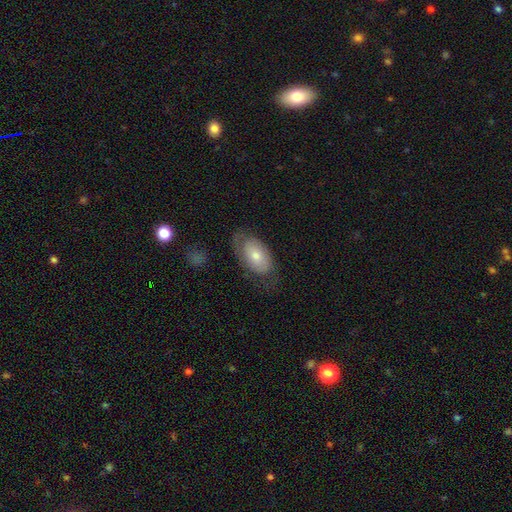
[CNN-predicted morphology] A smooth galaxy with no disk features (57%) that is in between round and cigar-shaped (92%). Merging: none (60%).